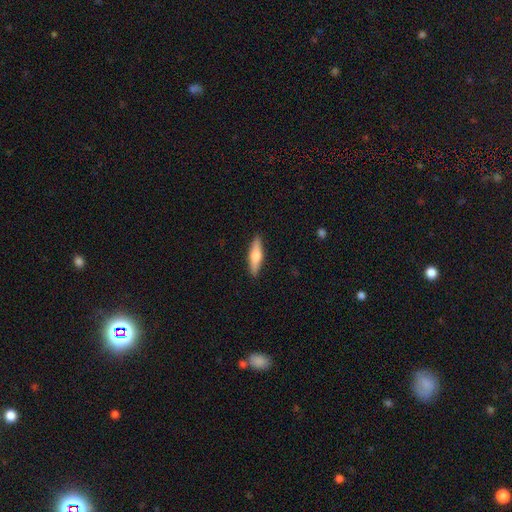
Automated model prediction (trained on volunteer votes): Overall: smooth (58%; featured or disk 37%). How rounded: cigar-shaped (67%; in between 30%). Merging: none (90%).